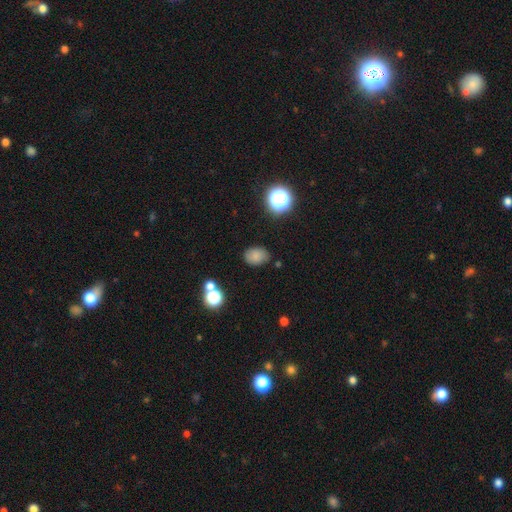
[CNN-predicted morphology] smooth-or-featured: smooth: 79% | star or artifact: 13% | featured or disk: 8%
  how-rounded: in between: 74% | round: 25% | cigar-shaped: 1%
  merging: none: 78% | minor disturbance: 15% | major disturbance: 4% | merger: 3%